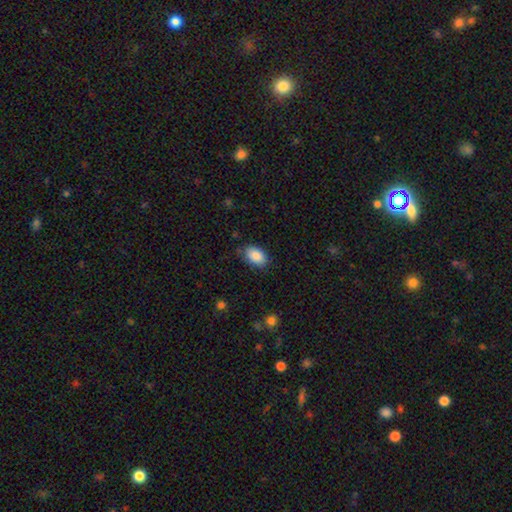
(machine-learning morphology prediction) This is clearly a smooth galaxy (88%). How rounded: clearly in between (89%). Merging: clearly none (81%).